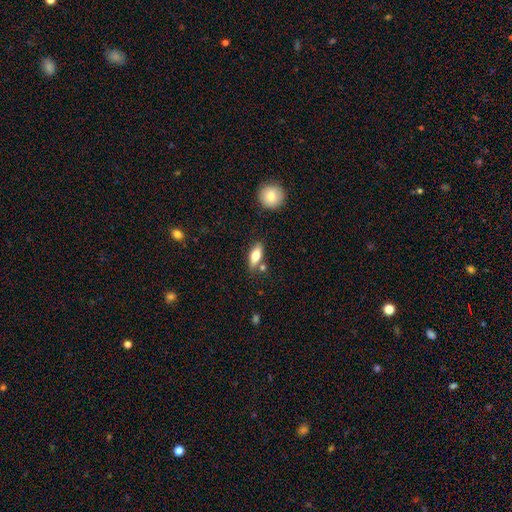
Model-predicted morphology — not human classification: smooth-or-featured: smooth: 69% | featured or disk: 24% | star or artifact: 7%
  how-rounded: in between: 72% | cigar-shaped: 25% | round: 4%
  merging: none: 73% | minor disturbance: 13% | merger: 10% | major disturbance: 3%